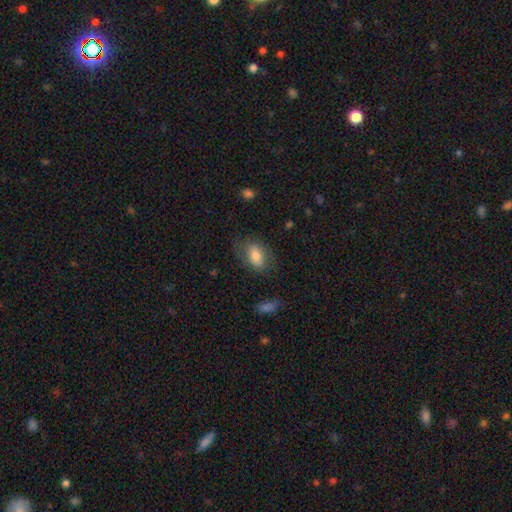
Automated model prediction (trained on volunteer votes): A smooth galaxy with no disk features (74%) that is in between round and cigar-shaped (89%). Merging: none (70%).